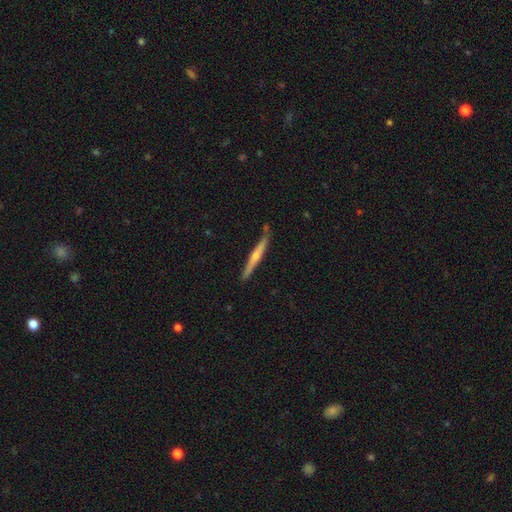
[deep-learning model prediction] This appears to be a featured or disk galaxy (69%) viewed edge-on (97%) with a rounded central bulge (74%). Merging: none (88%).